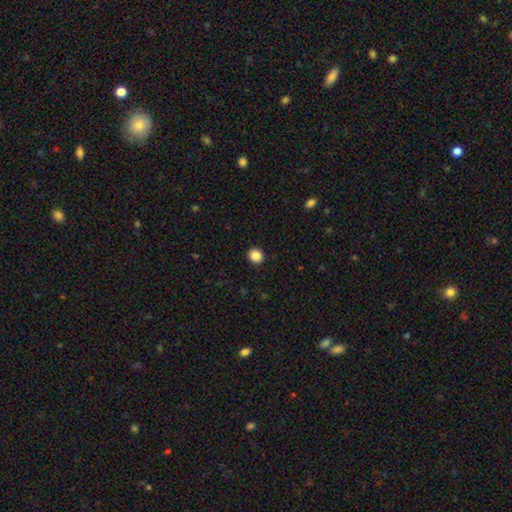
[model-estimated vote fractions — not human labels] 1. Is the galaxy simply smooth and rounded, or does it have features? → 87% smooth, 10% star or artifact, 3% featured or disk.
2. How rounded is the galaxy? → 76% round, 23% in between, 1% cigar-shaped.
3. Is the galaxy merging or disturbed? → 92% none, 5% minor disturbance, 2% major disturbance, 1% merger.